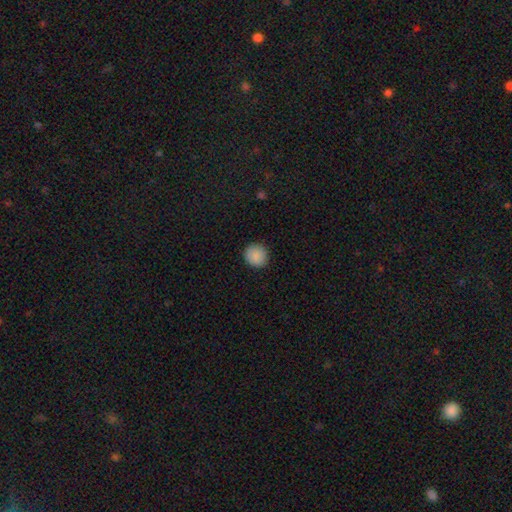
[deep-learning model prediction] This appears to be a smooth galaxy with no disk features (89%) that is round (91%). Merging: none (90%).